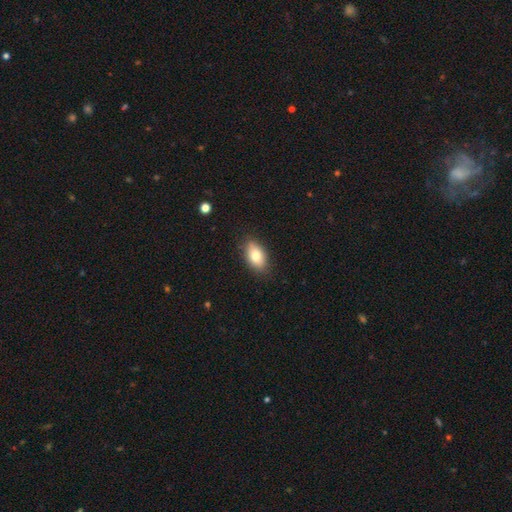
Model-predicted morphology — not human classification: A smooth galaxy with no disk features (80%) that is in between round and cigar-shaped (91%).

Vote fractions:
- Smooth or featured? smooth: 80% / featured or disk: 13% / star or artifact: 7%
- How rounded? in between: 91% / round: 7% / cigar-shaped: 3%
- Merging? none: 85% / minor disturbance: 12% / major disturbance: 2% / merger: 1%